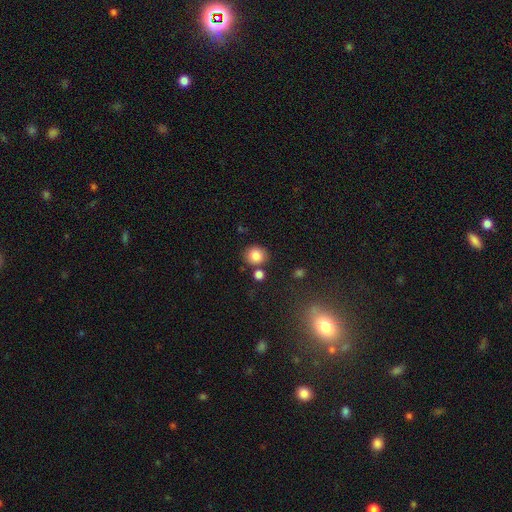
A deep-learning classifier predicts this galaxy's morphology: Smooth or featured? Predicted: smooth (p=0.84). How rounded? Predicted: round (p=0.81). Merging? Predicted: none (p=0.78).